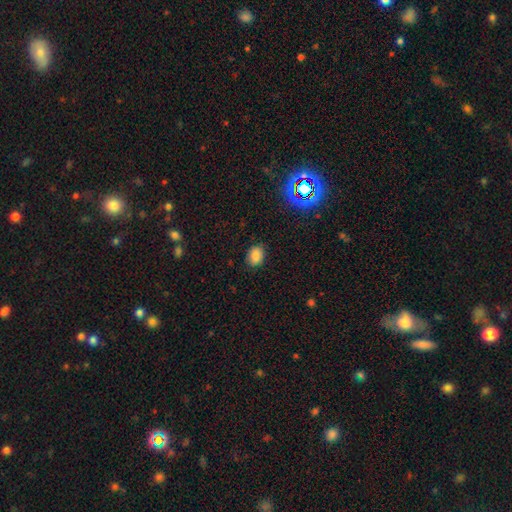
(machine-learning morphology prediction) Smooth or featured?
  - smooth: 82% *
  - star or artifact: 12%
  - featured or disk: 6%
How rounded?
  - in between: 63% *
  - round: 36%
  - cigar-shaped: 1%
Merging?
  - none: 86% *
  - minor disturbance: 11%
  - major disturbance: 2%
  - merger: 1%